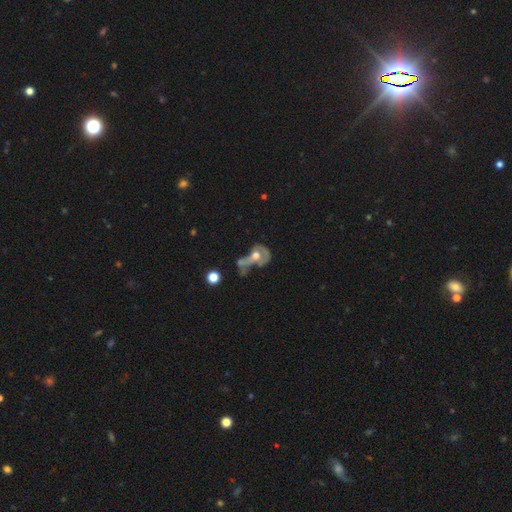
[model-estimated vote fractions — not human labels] Smooth or featured? Predicted: featured or disk (p=0.54). Edge-on disk? Predicted: no (p=0.93). Bar? Predicted: no (p=0.82). Spiral arms? Predicted: no (p=0.64). Bulge size? Predicted: moderate (p=0.64). Merging? Predicted: major disturbance (p=0.37).